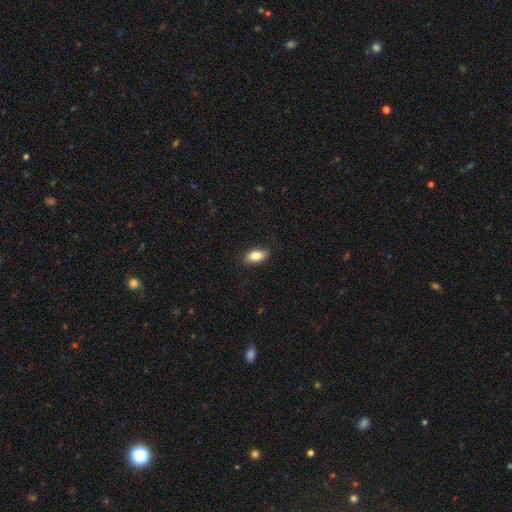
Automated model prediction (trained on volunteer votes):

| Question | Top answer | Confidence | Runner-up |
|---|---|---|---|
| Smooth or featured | smooth | 84% | featured or disk (9%) |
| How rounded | in between | 90% | round (5%) |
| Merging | none | 85% | minor disturbance (12%) |